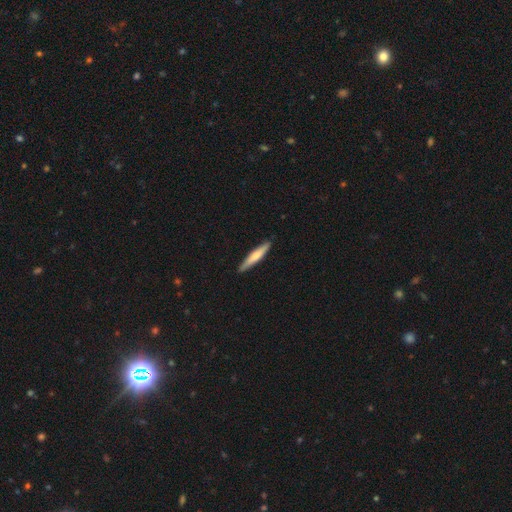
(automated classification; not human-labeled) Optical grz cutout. It shows a smooth galaxy with no disk features (63%) that is cigar-shaped (92%). Merging: none (90%).